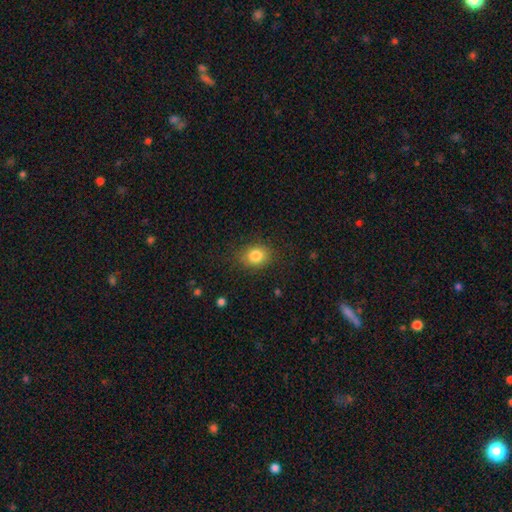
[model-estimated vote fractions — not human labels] Smooth or featured: smooth — 83% (star or artifact — 10%)
How rounded: round — 54% (in between — 45%)
Merging: none — 83% (minor disturbance — 12%)